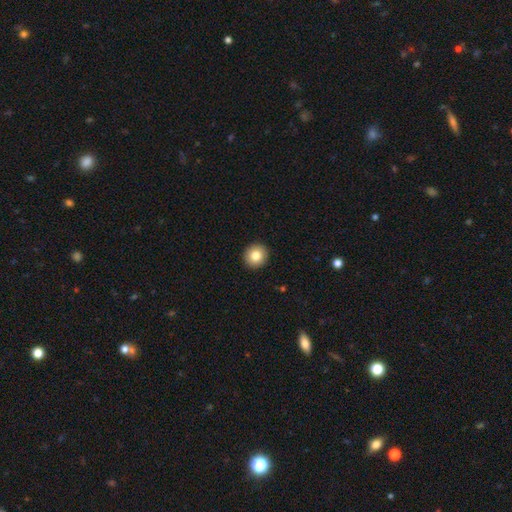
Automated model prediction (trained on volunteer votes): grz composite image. It shows a smooth galaxy with no disk features (82%) that is round (93%). Merging: none (93%).